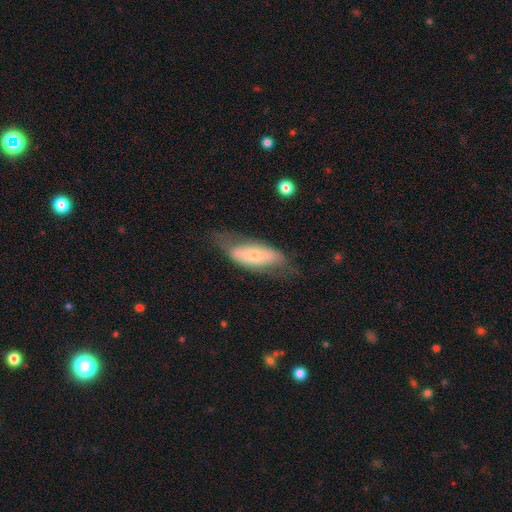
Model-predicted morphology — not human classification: smooth-or-featured: smooth: 49% | featured or disk: 45% | star or artifact: 7%
  merging: none: 50% | minor disturbance: 27% | major disturbance: 20% | merger: 2%